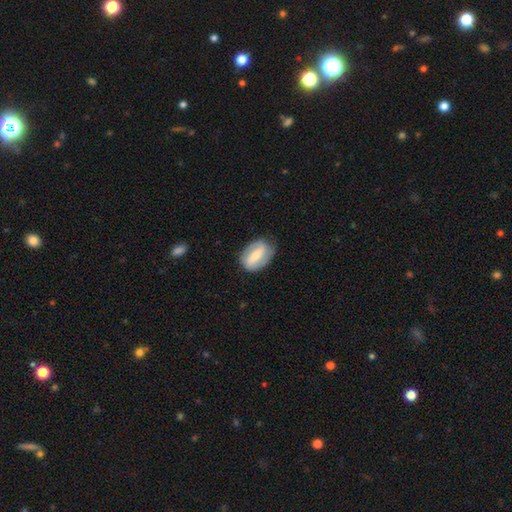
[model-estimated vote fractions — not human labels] Q: Smooth or featured?
A: featured or disk (54%); runner-up: smooth (40%)
Q: Edge-on disk?
A: no (94%); runner-up: yes (6%)
Q: Bar?
A: strong (56%); runner-up: weak (30%)
Q: Spiral arms?
A: yes (68%); runner-up: no (32%)
Q: Bulge size?
A: small (46%); runner-up: moderate (39%)
Q: Merging?
A: none (76%); runner-up: minor disturbance (18%)